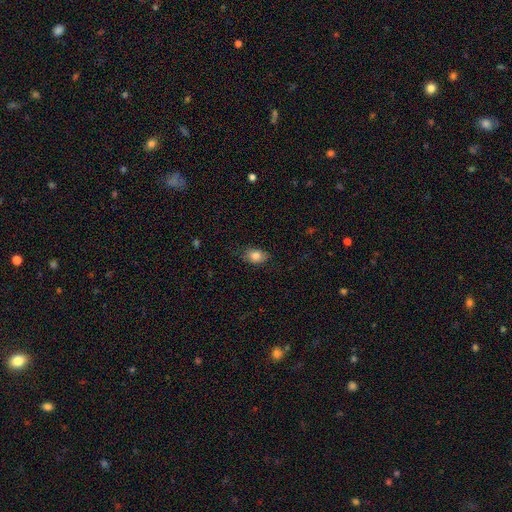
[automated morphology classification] A smooth galaxy with no disk features (82%) that is in between round and cigar-shaped (78%).

Vote fractions:
- Smooth or featured? smooth: 82% / featured or disk: 9% / star or artifact: 9%
- How rounded? in between: 78% / round: 20% / cigar-shaped: 2%
- Merging? none: 78% / minor disturbance: 17% / major disturbance: 3% / merger: 1%